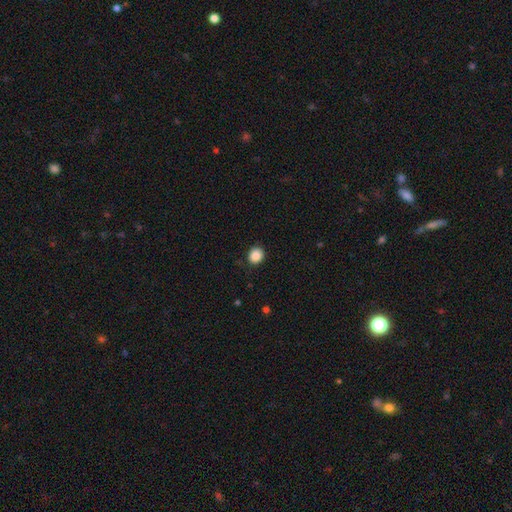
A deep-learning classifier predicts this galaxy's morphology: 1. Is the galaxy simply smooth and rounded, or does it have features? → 88% smooth, 9% star or artifact, 3% featured or disk.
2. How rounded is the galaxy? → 80% round, 19% in between, 1% cigar-shaped.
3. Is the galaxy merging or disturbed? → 88% none, 8% minor disturbance, 2% major disturbance, 1% merger.